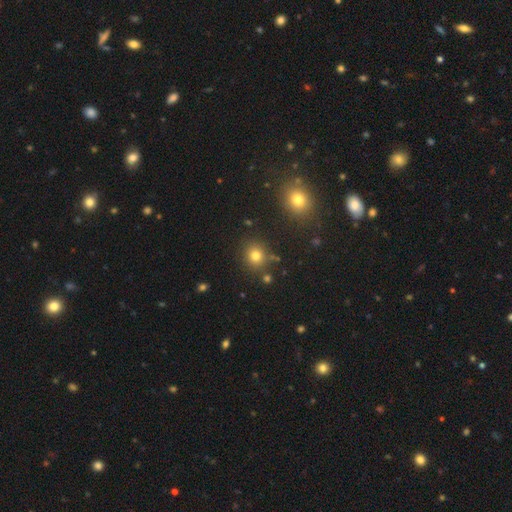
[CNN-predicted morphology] Smooth or featured: smooth — 76% (star or artifact — 17%)
How rounded: round — 84% (in between — 15%)
Merging: none — 82% (minor disturbance — 9%)